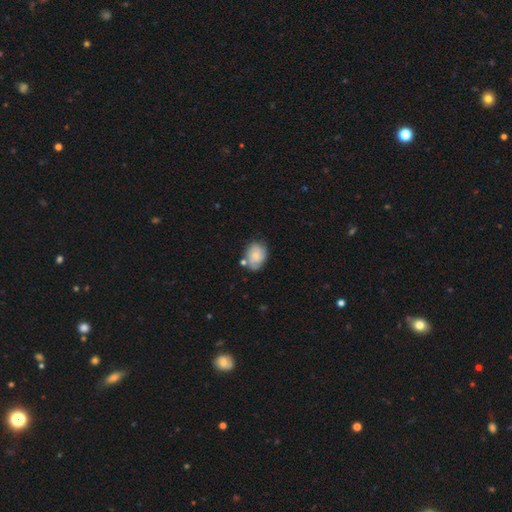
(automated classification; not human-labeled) Morphology: type=smooth (68%); roundness=in between (65%); merging=none (60%).